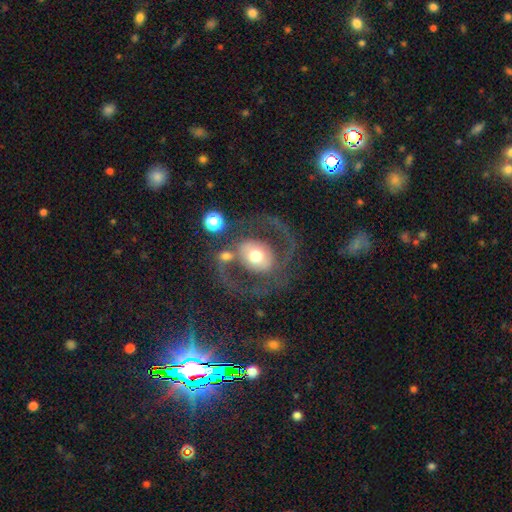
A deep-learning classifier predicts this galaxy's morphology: A featured or disk galaxy (68%) with no bar (62%), spiral arms (65%) and a moderate central bulge (58%). Merging: none (58%).